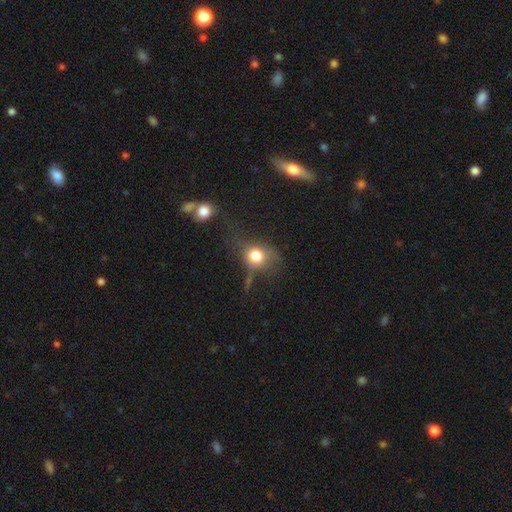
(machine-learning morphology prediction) This appears to be a smooth galaxy with no disk features (74%) that is round (65%). Merging: none (44%).